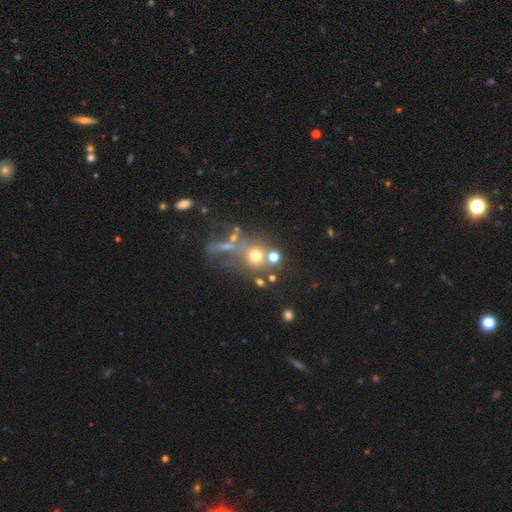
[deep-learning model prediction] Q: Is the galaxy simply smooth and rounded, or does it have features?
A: smooth — 60%.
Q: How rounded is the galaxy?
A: round — 85%.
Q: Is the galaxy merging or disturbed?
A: none — 49%.